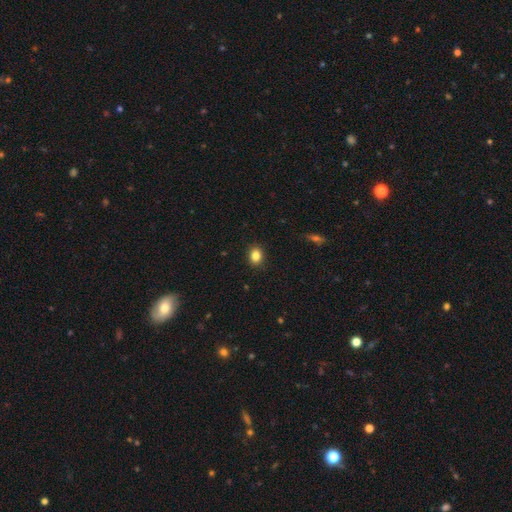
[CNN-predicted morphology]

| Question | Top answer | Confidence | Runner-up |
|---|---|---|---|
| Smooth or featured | smooth | 85% | star or artifact (10%) |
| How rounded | round | 50% | in between (49%) |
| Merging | none | 90% | minor disturbance (8%) |